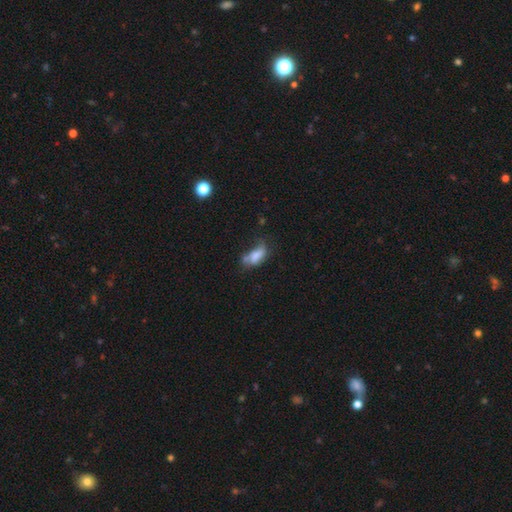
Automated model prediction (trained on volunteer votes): smooth_or_featured: smooth (p=0.69) [alt: featured or disk p=0.21]
how_rounded: in between (p=0.85) [alt: cigar-shaped p=0.10]
merging: none (p=0.32) [alt: minor disturbance p=0.30]